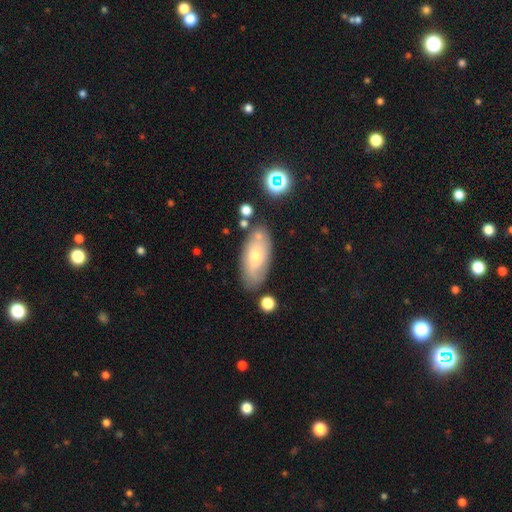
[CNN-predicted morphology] type=smooth (54%); roundness=in between (86%); merging=none (73%).